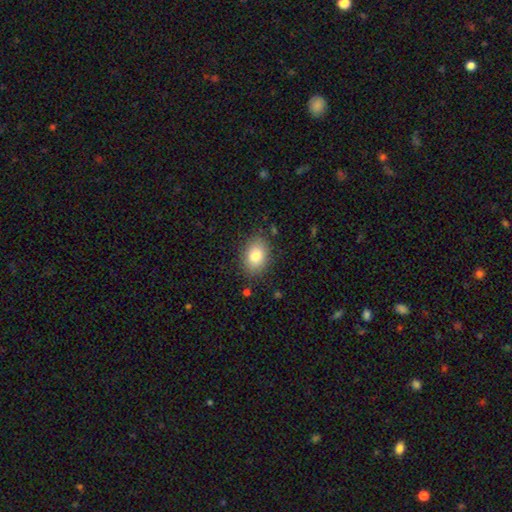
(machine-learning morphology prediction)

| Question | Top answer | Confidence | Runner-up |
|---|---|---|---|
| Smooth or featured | smooth | 81% | featured or disk (11%) |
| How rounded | in between | 76% | round (23%) |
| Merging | none | 85% | minor disturbance (11%) |